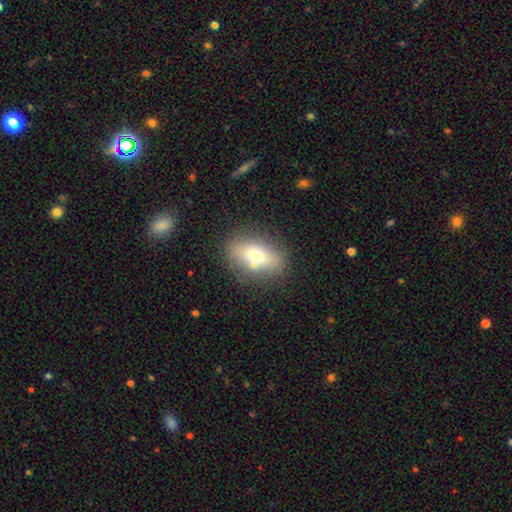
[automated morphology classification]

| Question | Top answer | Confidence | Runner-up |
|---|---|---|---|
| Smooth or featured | smooth | 68% | featured or disk (21%) |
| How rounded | in between | 81% | round (15%) |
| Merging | none | 72% | minor disturbance (15%) |